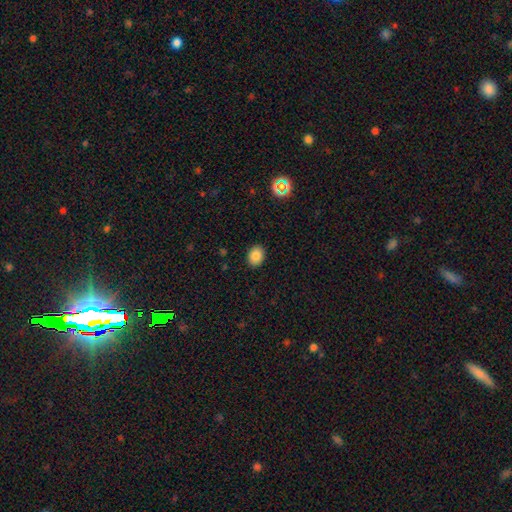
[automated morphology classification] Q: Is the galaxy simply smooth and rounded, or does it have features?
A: smooth — 84%.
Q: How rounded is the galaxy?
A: in between — 61%.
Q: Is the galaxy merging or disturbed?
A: none — 89%.